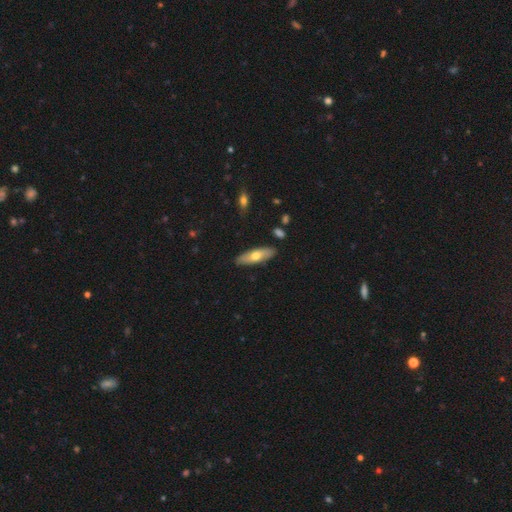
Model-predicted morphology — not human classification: Smooth or featured? smooth (57%)
How rounded? in between (54%)
Merging? none (86%)